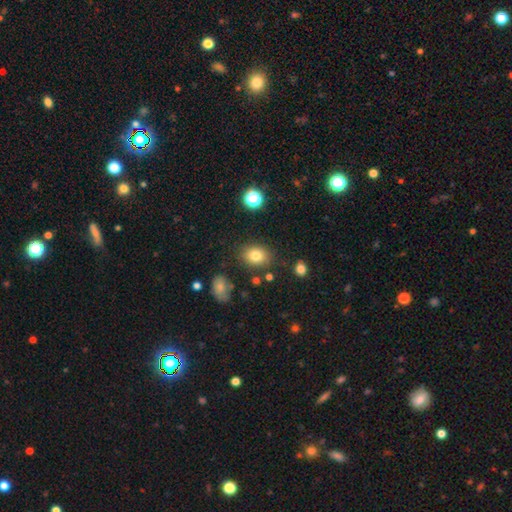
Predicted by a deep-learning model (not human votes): Q: Smooth or featured?
A: smooth (79%); runner-up: star or artifact (12%)
Q: How rounded?
A: in between (61%); runner-up: round (38%)
Q: Merging?
A: none (82%); runner-up: minor disturbance (11%)